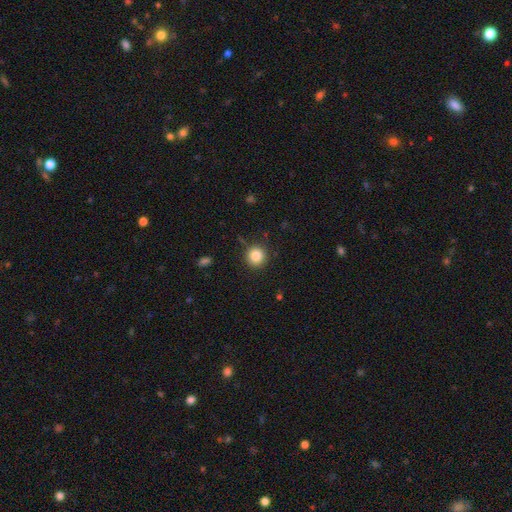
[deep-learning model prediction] This appears to be a smooth galaxy with no disk features (85%) that is round (92%). Merging: none (87%).